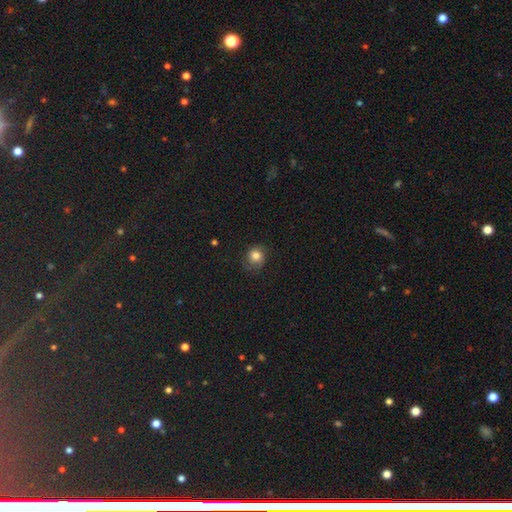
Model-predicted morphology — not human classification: The model was most divided on "merging": none: 68%, minor disturbance: 22%, major disturbance: 9%, merger: 1%. More confident: smooth or featured — smooth (80%); how rounded — round (77%).